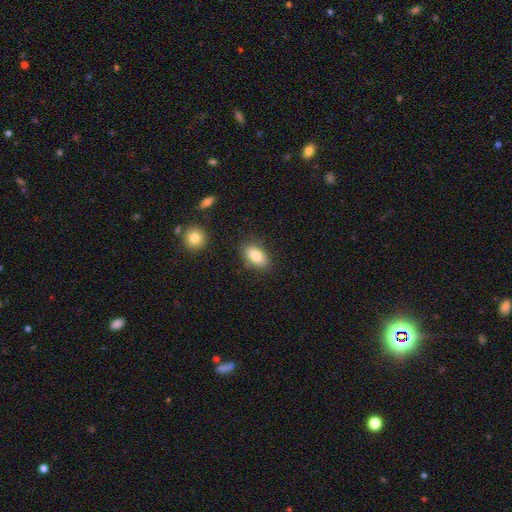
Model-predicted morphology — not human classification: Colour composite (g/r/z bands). It shows a smooth galaxy with no disk features (84%) that is in between round and cigar-shaped (90%). Merging: none (82%).